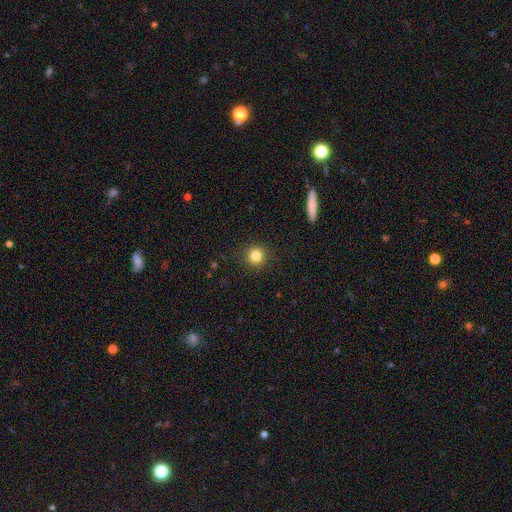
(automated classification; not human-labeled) Overall: smooth (82%). How rounded: round (93%). Merging: none (91%).